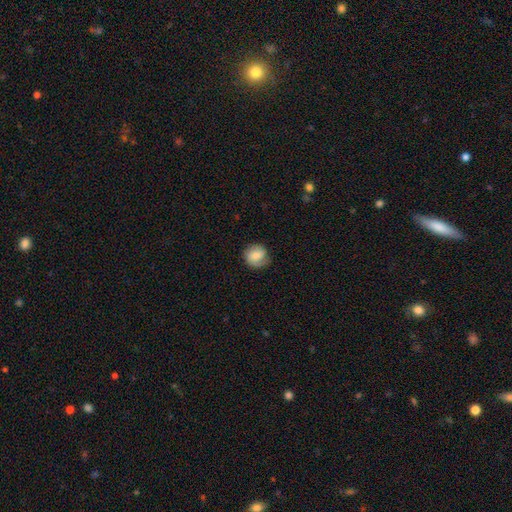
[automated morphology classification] Q: Smooth or featured?
A: smooth (67%); runner-up: featured or disk (25%)
Q: How rounded?
A: round (83%); runner-up: in between (16%)
Q: Merging?
A: none (70%); runner-up: minor disturbance (22%)